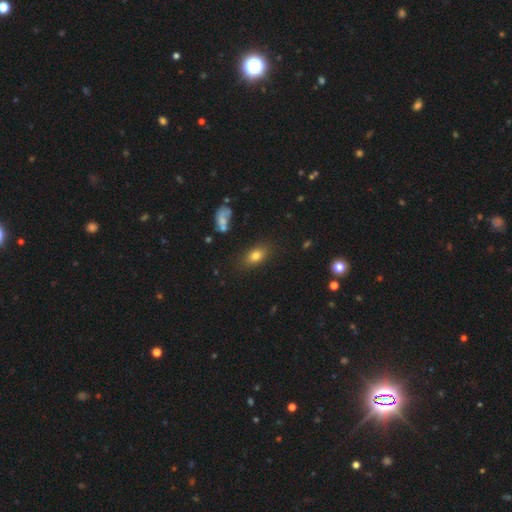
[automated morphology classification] Smooth or featured? smooth (76%)
How rounded? in between (81%)
Merging? none (82%)